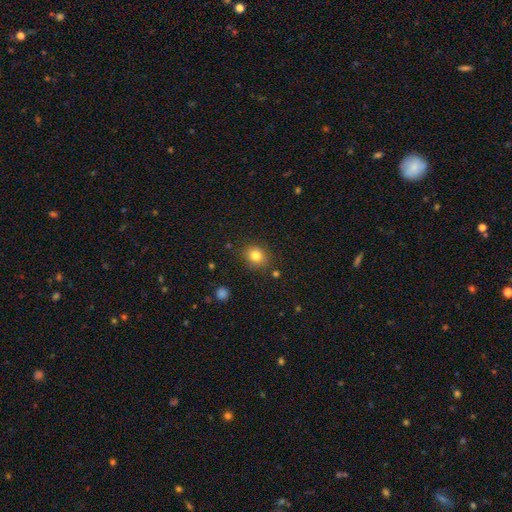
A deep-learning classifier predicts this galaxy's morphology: Smooth or featured? Predicted: smooth (p=0.81). How rounded? Predicted: round (p=0.69). Merging? Predicted: none (p=0.84).